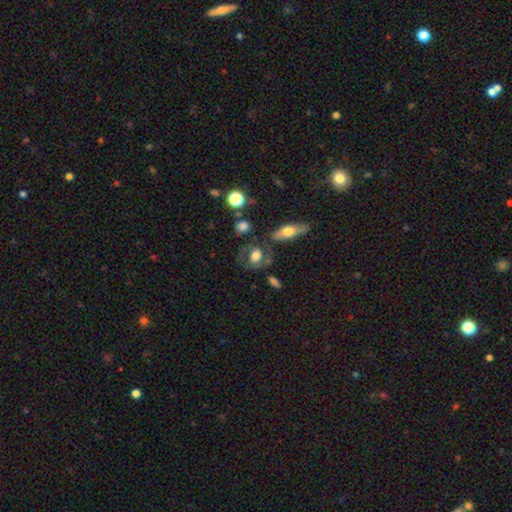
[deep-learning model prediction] Q: Smooth or featured?
A: smooth (52%); runner-up: featured or disk (40%)
Q: How rounded?
A: in between (49%); runner-up: round (48%)
Q: Merging?
A: none (63%); runner-up: minor disturbance (17%)